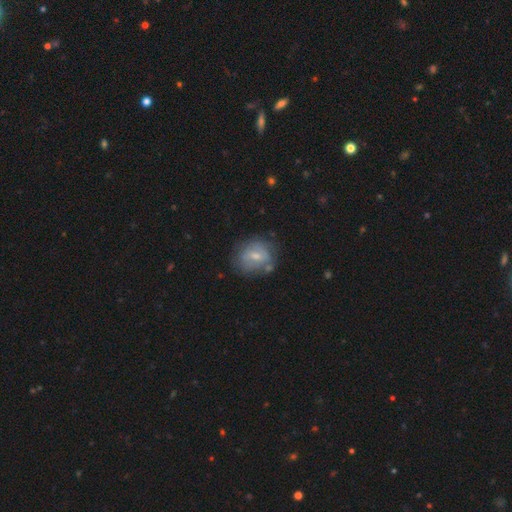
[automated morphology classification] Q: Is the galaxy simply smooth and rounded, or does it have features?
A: featured or disk — 47%.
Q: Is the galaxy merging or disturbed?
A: none — 61%.